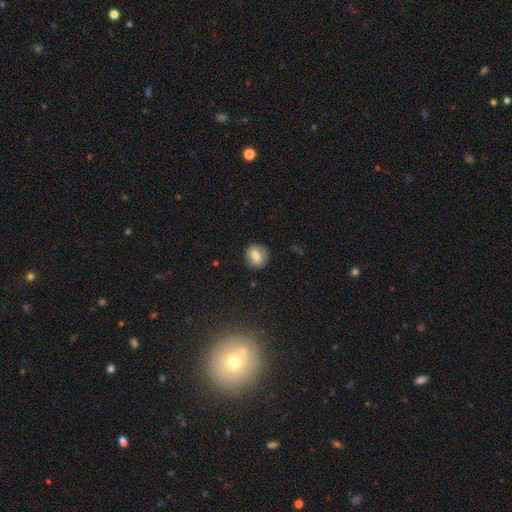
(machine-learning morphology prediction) smooth-or-featured: smooth: 74% | featured or disk: 17% | star or artifact: 9%
  how-rounded: round: 76% | in between: 22% | cigar-shaped: 1%
  merging: none: 87% | minor disturbance: 10% | major disturbance: 3% | merger: 1%